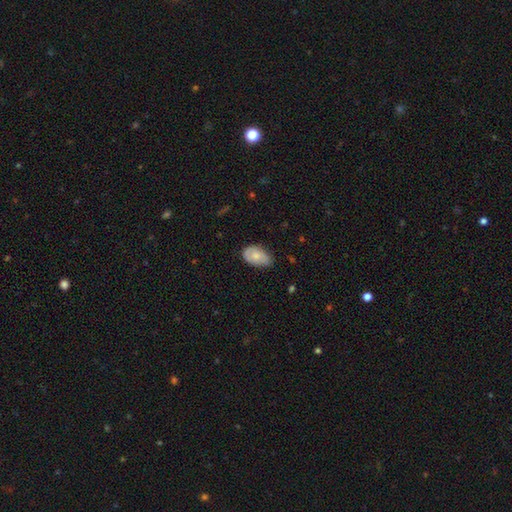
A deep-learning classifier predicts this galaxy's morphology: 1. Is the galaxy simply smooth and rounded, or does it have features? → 69% smooth, 24% featured or disk, 6% star or artifact.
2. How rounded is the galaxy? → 91% in between, 8% round, 1% cigar-shaped.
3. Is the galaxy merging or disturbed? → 59% none, 33% minor disturbance, 6% major disturbance, 1% merger.